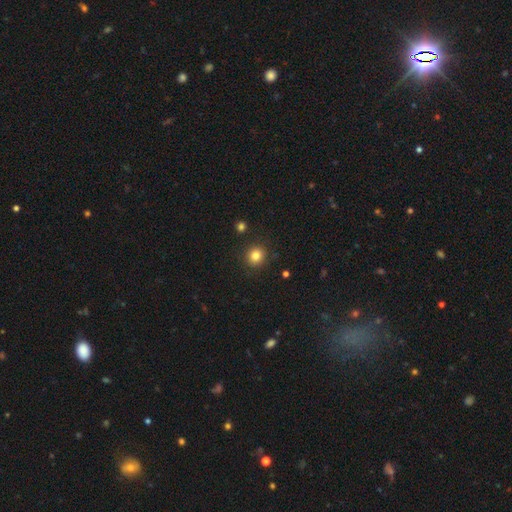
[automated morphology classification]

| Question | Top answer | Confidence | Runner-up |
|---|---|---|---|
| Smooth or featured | smooth | 82% | star or artifact (12%) |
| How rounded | round | 91% | in between (8%) |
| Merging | none | 90% | minor disturbance (6%) |